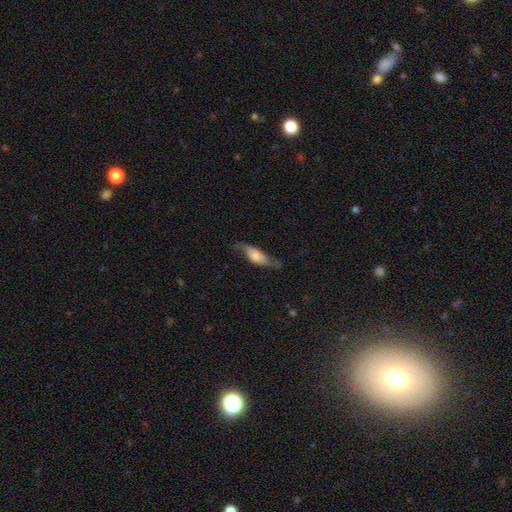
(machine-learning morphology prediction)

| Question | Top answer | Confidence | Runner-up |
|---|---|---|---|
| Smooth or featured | smooth | 51% | featured or disk (42%) |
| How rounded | in between | 60% | cigar-shaped (37%) |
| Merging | none | 58% | minor disturbance (28%) |